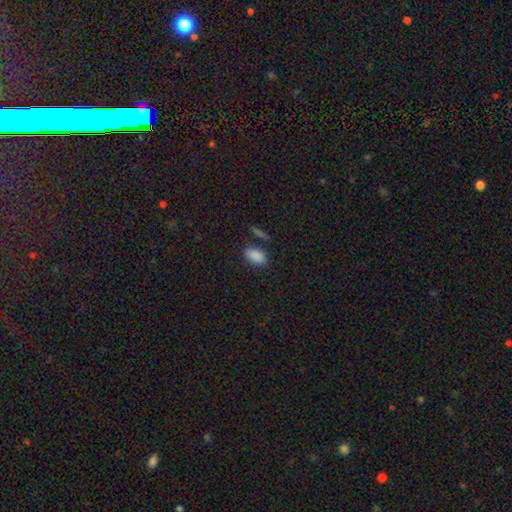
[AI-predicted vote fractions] Overall: smooth (86%). How rounded: in between (91%). Merging: none (76%).